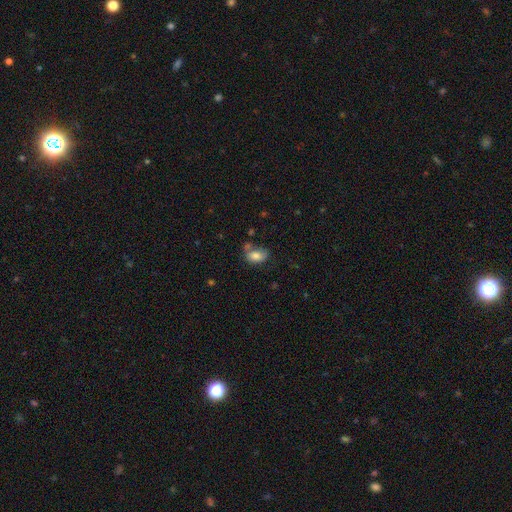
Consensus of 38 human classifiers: Overall: smooth (95%). How rounded: in between (94%). Merging: none (55%; minor disturbance 24%).